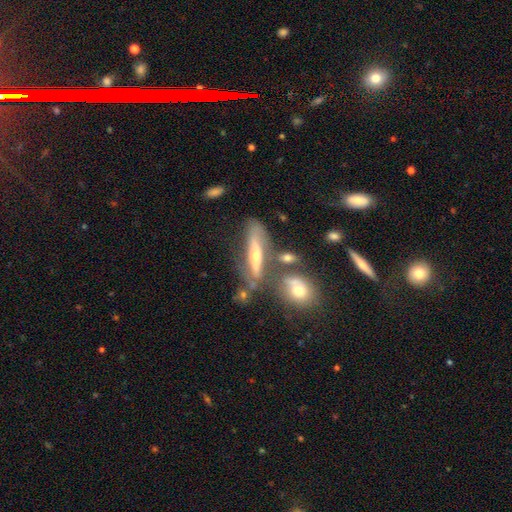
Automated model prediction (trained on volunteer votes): A featured or disk galaxy (60%) viewed edge-on (72%).

Vote fractions:
- Smooth or featured? featured or disk: 60% / smooth: 30% / star or artifact: 9%
- Edge-on disk? yes: 72% / no: 28%
- Merging? none: 54% / merger: 19% / minor disturbance: 18% / major disturbance: 9%